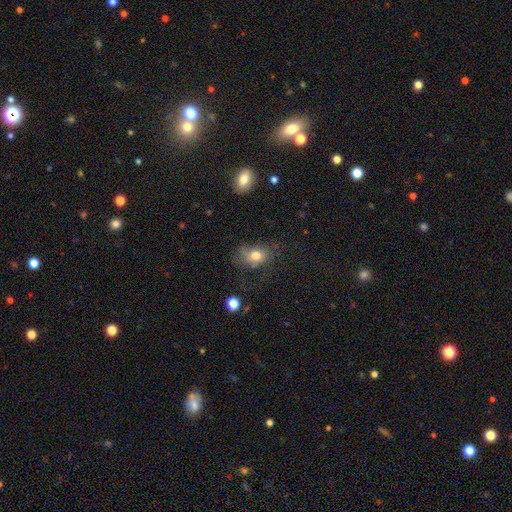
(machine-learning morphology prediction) The model was most divided on "merging": none: 53%, minor disturbance: 25%, major disturbance: 20%, merger: 3%. More confident: smooth or featured — smooth (75%); how rounded — in between (64%).